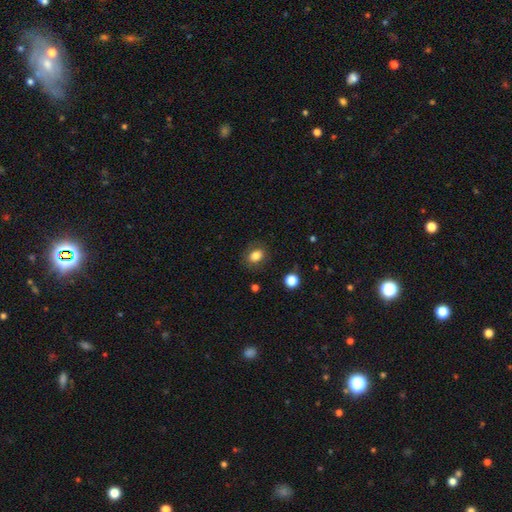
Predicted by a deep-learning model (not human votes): smooth-or-featured: smooth: 82% | star or artifact: 10% | featured or disk: 7%
  how-rounded: in between: 62% | round: 37% | cigar-shaped: 1%
  merging: none: 82% | minor disturbance: 13% | major disturbance: 4% | merger: 1%